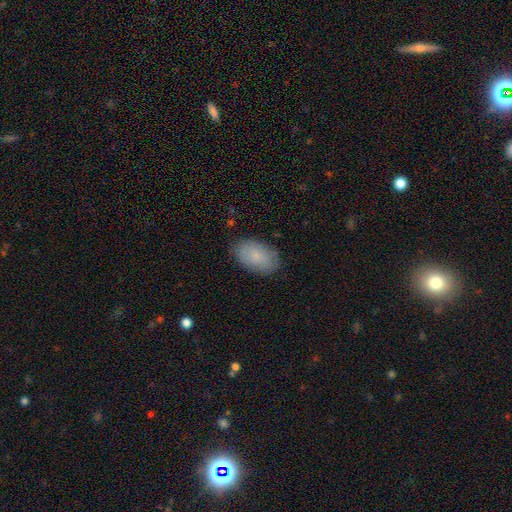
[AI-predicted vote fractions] Smooth or featured: smooth — 81% (featured or disk — 13%)
How rounded: in between — 93% (round — 6%)
Merging: none — 82% (minor disturbance — 14%)